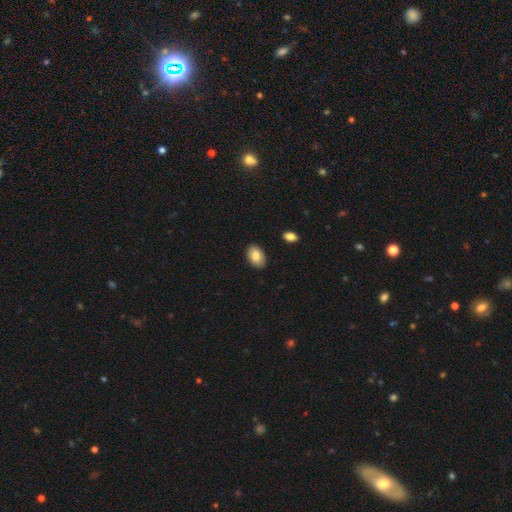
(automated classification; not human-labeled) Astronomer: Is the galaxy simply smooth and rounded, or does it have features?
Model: smooth — 84%.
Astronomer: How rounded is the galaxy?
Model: in between — 89%.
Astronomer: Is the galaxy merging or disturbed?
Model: none — 89%.